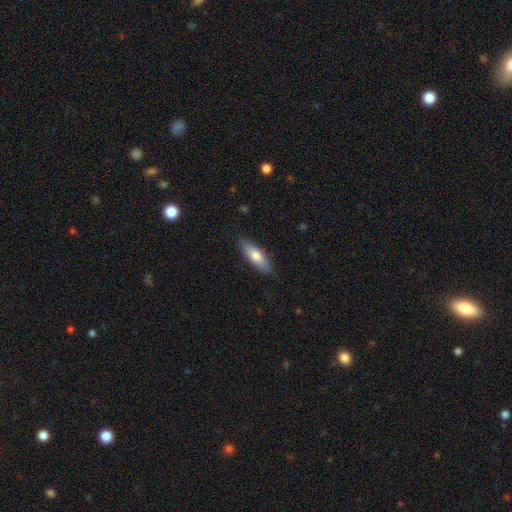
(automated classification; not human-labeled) smooth_or_featured: smooth (p=0.74) [alt: featured or disk p=0.21]
how_rounded: in between (p=0.57) [alt: cigar-shaped p=0.41]
merging: none (p=0.85) [alt: minor disturbance p=0.12]